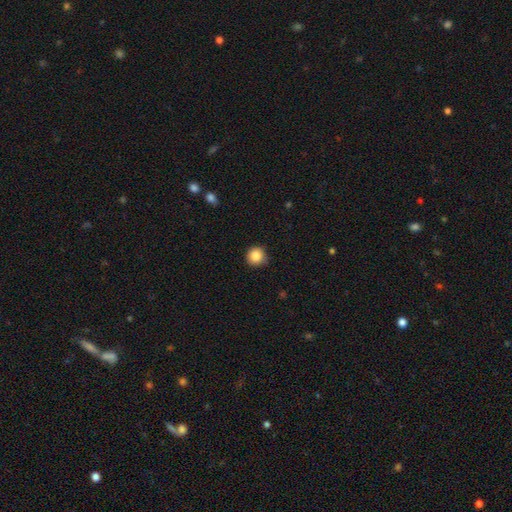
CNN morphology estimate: Smooth or featured: smooth — 85% (star or artifact — 10%)
How rounded: round — 94% (in between — 5%)
Merging: none — 85% (minor disturbance — 12%)